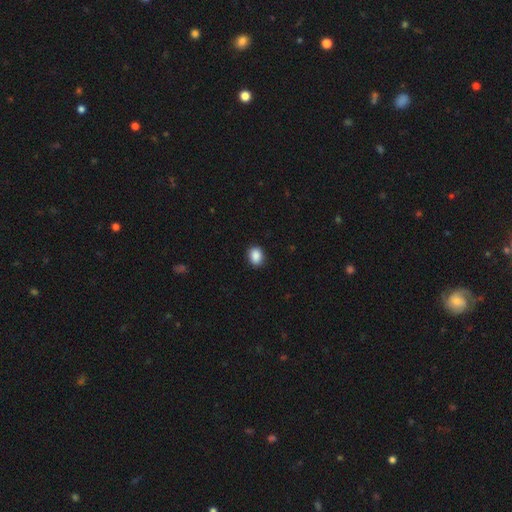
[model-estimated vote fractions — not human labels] smooth 89%, star or artifact 8%, featured or disk 3%. Down the decision tree: how rounded — in between (56%); merging — none (90%).